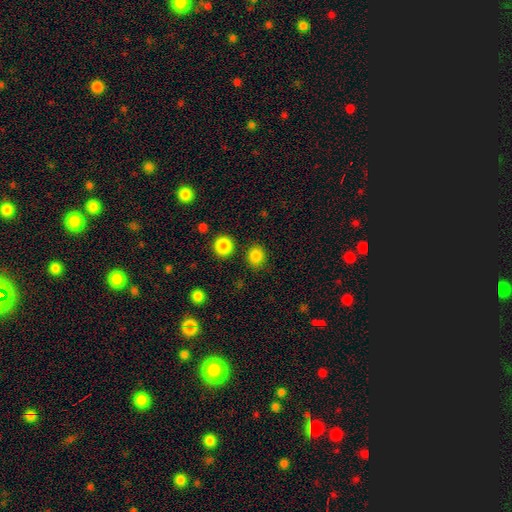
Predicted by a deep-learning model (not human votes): smooth 85%, star or artifact 12%, featured or disk 4%. Down the decision tree: how rounded — round (74%); merging — none (85%).